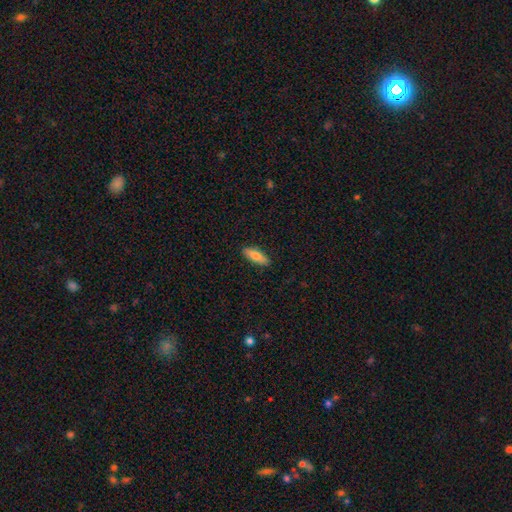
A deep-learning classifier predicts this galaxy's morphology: Smooth or featured? Predicted: smooth (p=0.73). How rounded? Predicted: in between (p=0.61). Merging? Predicted: none (p=0.89).